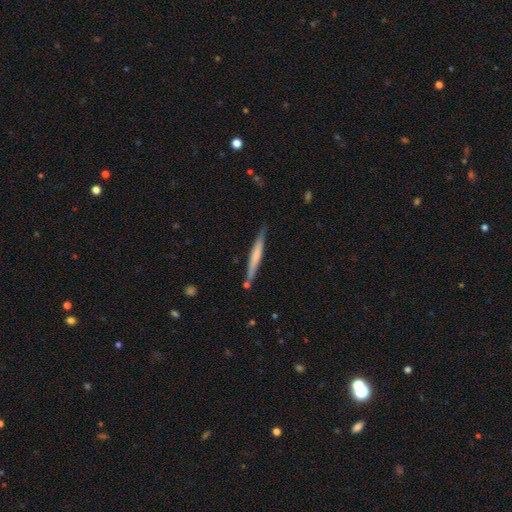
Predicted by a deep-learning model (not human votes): A smooth galaxy with no disk features (51%) that is cigar-shaped (96%).

Vote fractions:
- Smooth or featured? smooth: 51% / featured or disk: 44% / star or artifact: 5%
- How rounded? cigar-shaped: 96% / in between: 3% / round: 1%
- Merging? none: 82% / minor disturbance: 12% / merger: 4% / major disturbance: 2%